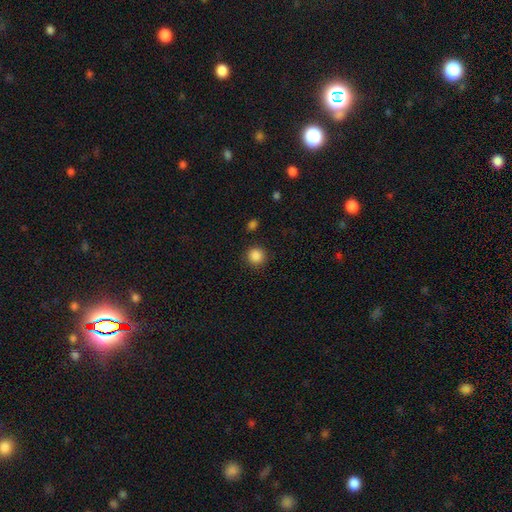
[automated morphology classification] Smooth or featured? Predicted: smooth (p=0.87). How rounded? Predicted: round (p=0.93). Merging? Predicted: none (p=0.89).